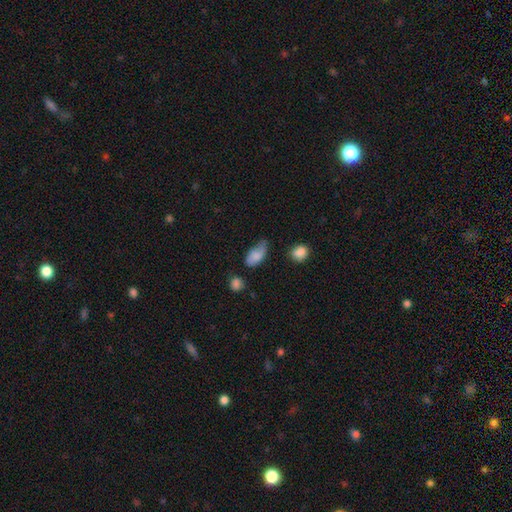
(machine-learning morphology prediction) Smooth or featured?
  - smooth: 78% *
  - featured or disk: 14%
  - star or artifact: 8%
How rounded?
  - in between: 90% *
  - round: 5%
  - cigar-shaped: 4%
Merging?
  - minor disturbance: 43% *
  - none: 40%
  - major disturbance: 14%
  - merger: 4%